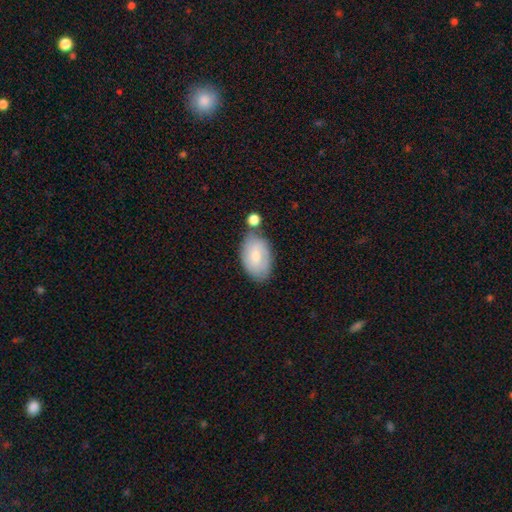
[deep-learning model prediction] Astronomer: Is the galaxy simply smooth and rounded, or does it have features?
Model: smooth — 65%.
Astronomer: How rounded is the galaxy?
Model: in between — 90%.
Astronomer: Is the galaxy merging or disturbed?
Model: none — 60%.